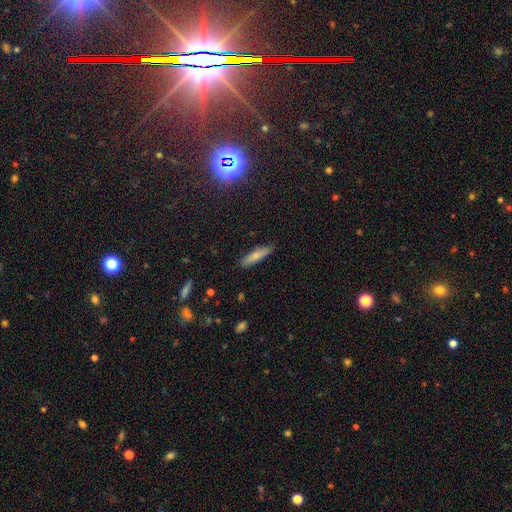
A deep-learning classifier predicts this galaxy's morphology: smooth 76%, featured or disk 16%, star or artifact 7%. Down the decision tree: how rounded — cigar-shaped (76%); merging — none (86%).